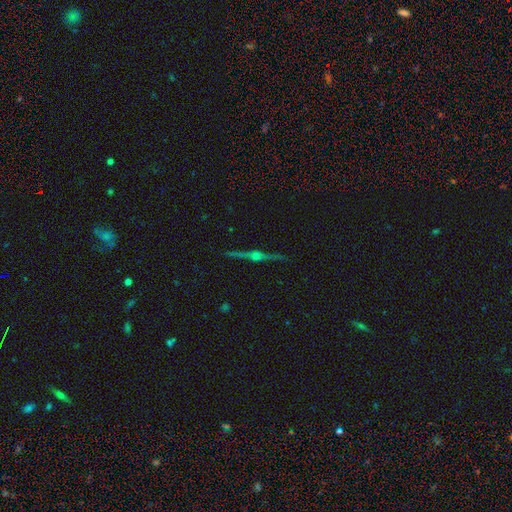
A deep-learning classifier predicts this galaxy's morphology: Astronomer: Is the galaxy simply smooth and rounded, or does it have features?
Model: featured or disk — 86%.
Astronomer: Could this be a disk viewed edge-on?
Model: yes — 98%.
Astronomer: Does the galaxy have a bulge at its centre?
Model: rounded — 88%.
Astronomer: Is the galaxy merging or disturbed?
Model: none — 92%.